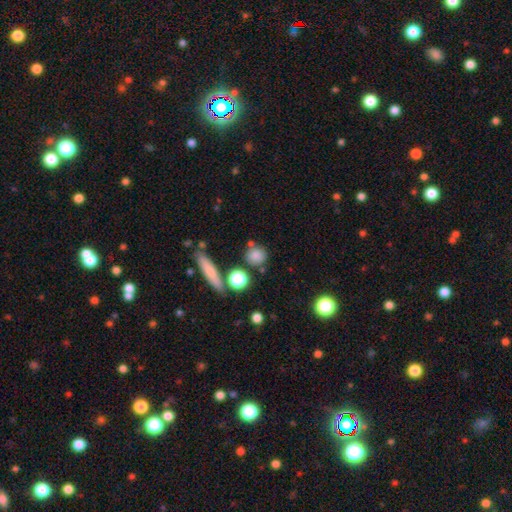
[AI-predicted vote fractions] A smooth galaxy with no disk features (80%) that is round (80%). Merging: none (73%).